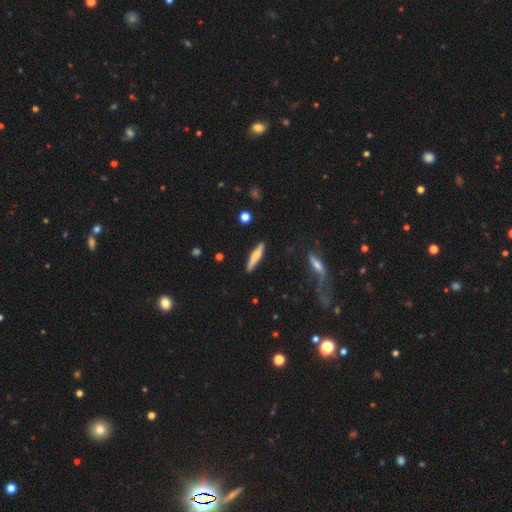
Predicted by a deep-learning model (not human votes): Q: Smooth or featured?
A: smooth (52%); runner-up: featured or disk (43%)
Q: How rounded?
A: cigar-shaped (86%); runner-up: in between (12%)
Q: Merging?
A: none (88%); runner-up: minor disturbance (9%)